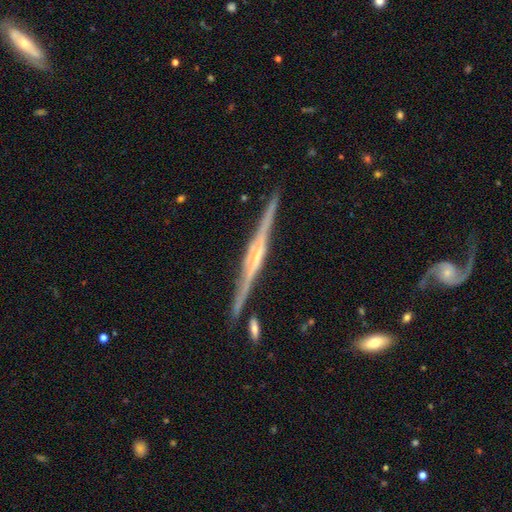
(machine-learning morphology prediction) Smooth or featured? featured or disk (86%)
Edge-on disk? yes (98%)
Edge-on bulge? rounded (54%)
Merging? none (88%)